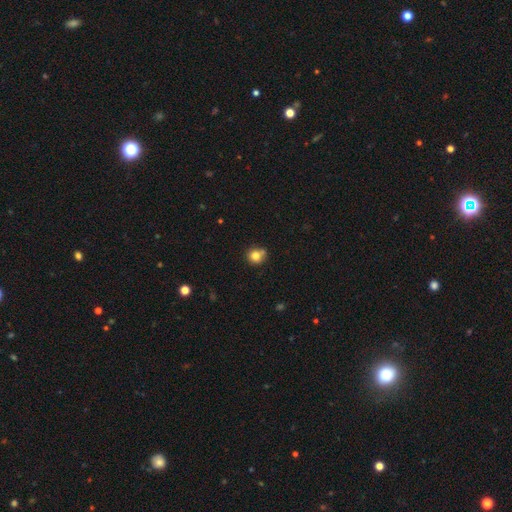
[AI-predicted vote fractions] Smooth or featured? Predicted: smooth (p=0.80). How rounded? Predicted: round (p=0.84). Merging? Predicted: none (p=0.65).